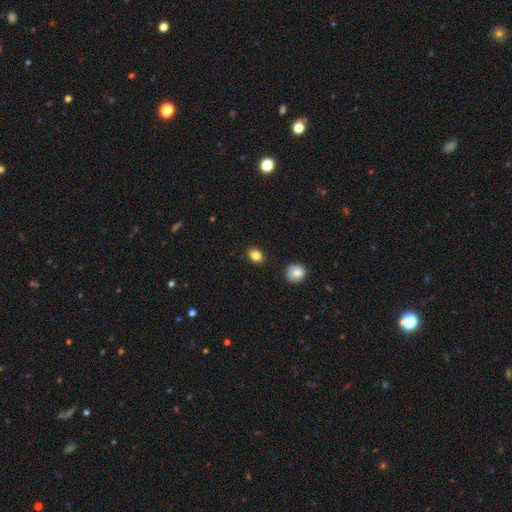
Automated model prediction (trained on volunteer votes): Smooth or featured: smooth — 85% (star or artifact — 10%)
How rounded: in between — 65% (round — 33%)
Merging: none — 89% (minor disturbance — 8%)